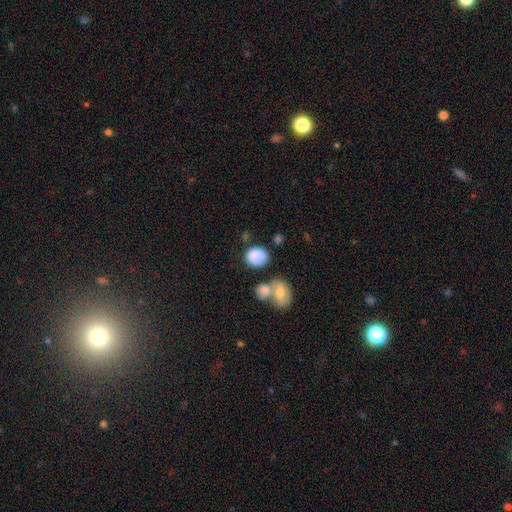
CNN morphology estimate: Smooth or featured? Predicted: smooth (p=0.83). How rounded? Predicted: round (p=0.56). Merging? Predicted: none (p=0.54).